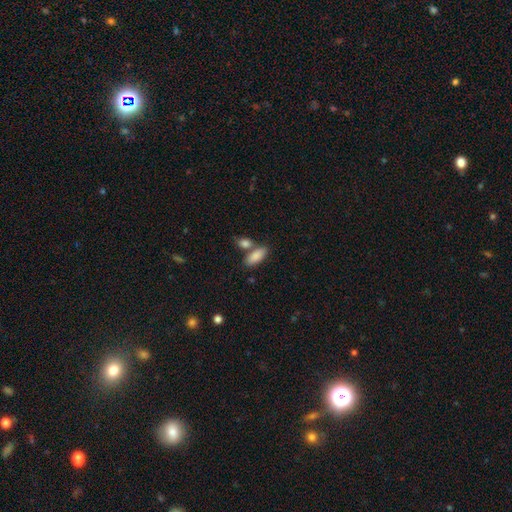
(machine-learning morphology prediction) A smooth galaxy with no disk features (86%) that is in between round and cigar-shaped (84%). Merging: none (56%).